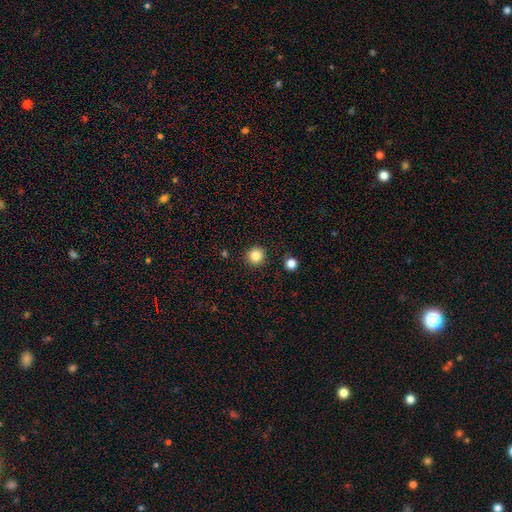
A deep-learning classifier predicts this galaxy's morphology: The model was most divided on "smooth or featured": smooth: 85%, star or artifact: 11%, featured or disk: 4%. More confident: how rounded — round (96%); merging — none (92%).